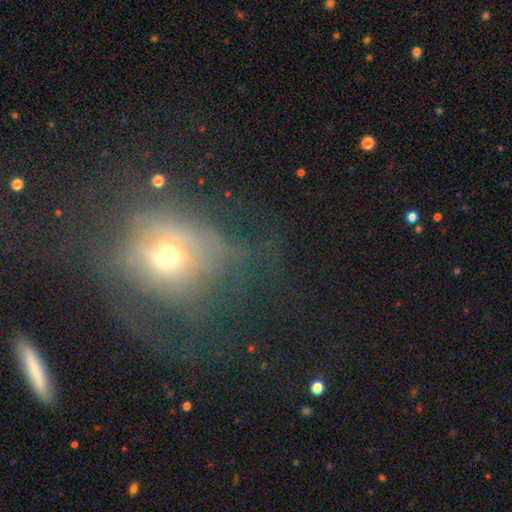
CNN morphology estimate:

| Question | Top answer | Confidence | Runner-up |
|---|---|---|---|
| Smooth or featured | smooth | 43% | star or artifact (29%) |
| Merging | none | 41% | major disturbance (37%) |